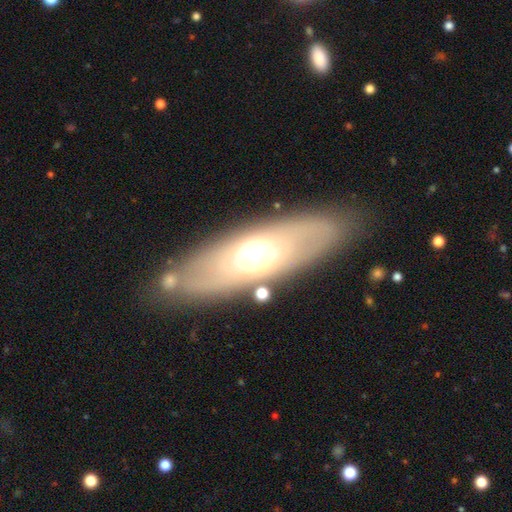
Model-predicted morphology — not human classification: featured or disk 50%, smooth 42%, star or artifact 8%. Down the decision tree: edge-on disk — no (64%); merging — none (79%).